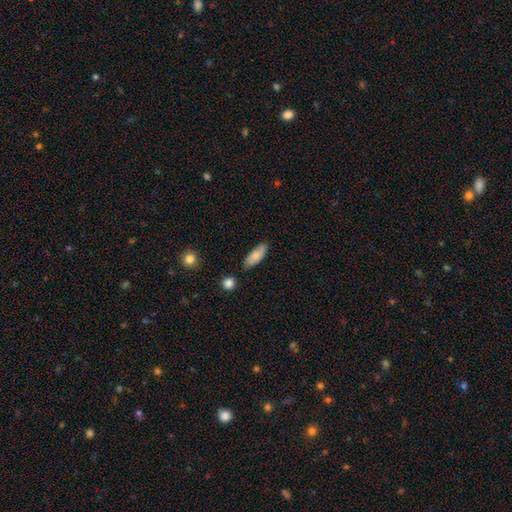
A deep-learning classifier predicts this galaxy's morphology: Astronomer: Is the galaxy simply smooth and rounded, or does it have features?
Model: smooth — 80%.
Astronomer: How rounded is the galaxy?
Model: in between — 76%.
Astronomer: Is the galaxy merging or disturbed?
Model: none — 80%.